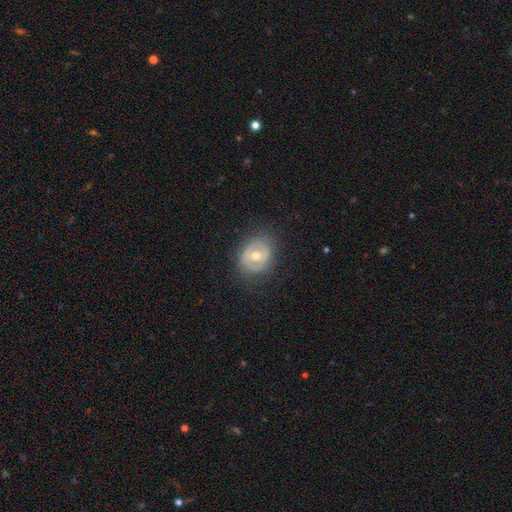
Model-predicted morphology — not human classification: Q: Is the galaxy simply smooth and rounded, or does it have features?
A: featured or disk — 57%.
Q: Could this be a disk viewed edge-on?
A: no — 95%.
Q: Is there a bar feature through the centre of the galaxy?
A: no — 61%.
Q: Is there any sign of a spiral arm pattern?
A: no — 78%.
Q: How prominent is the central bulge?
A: moderate — 77%.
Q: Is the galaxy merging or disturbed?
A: none — 76%.